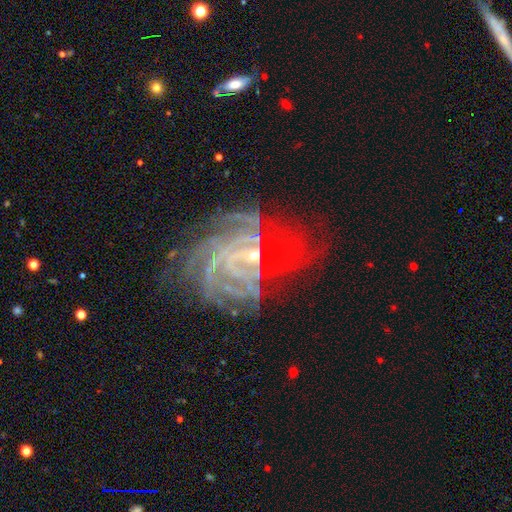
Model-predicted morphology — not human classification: smooth-or-featured: featured or disk: 78% | star or artifact: 14% | smooth: 8%
  disk-edge-on: no: 97% | yes: 3%
    bar: no: 50% | weak: 35% | strong: 15%
    has-spiral-arms: yes: 83% | no: 17%
      spiral-winding: tight: 49% | medium: 35% | loose: 17%
      spiral-arm-count: can't tell: 38% | 3: 16% | 2: 14% | 4: 14% | more than 4: 10% | 1: 8%
    bulge-size: small: 56% | none: 30% | moderate: 11% | large: 2% | dominant: 1%
  merging: none: 38% | major disturbance: 33% | minor disturbance: 18% | merger: 11%